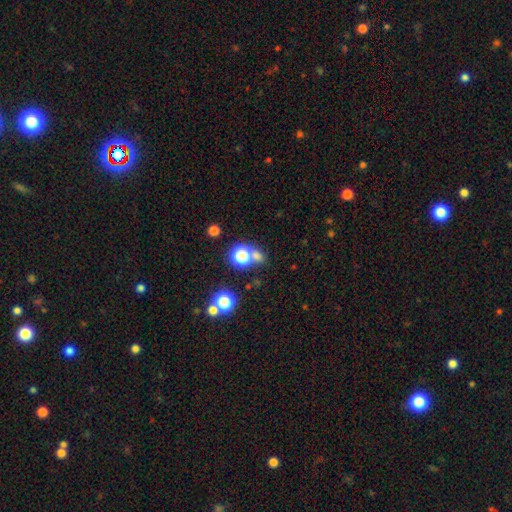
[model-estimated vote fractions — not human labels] smooth-or-featured: smooth: 60% | star or artifact: 32% | featured or disk: 8%
  how-rounded: round: 74% | in between: 24% | cigar-shaped: 2%
  merging: none: 60% | merger: 25% | minor disturbance: 9% | major disturbance: 5%